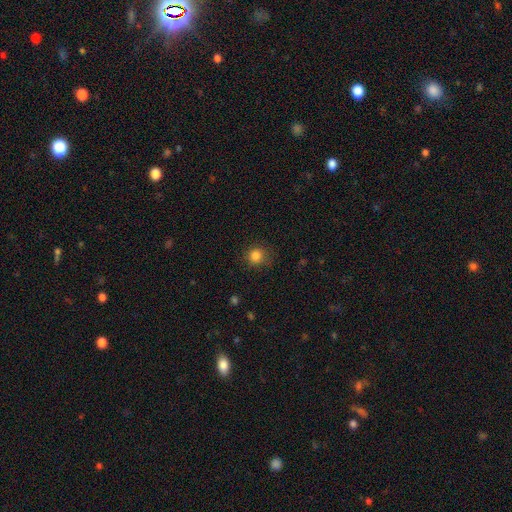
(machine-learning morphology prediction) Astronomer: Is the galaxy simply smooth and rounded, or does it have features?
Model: smooth — 84%.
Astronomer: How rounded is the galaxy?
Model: round — 88%.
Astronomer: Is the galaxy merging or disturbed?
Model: none — 81%.